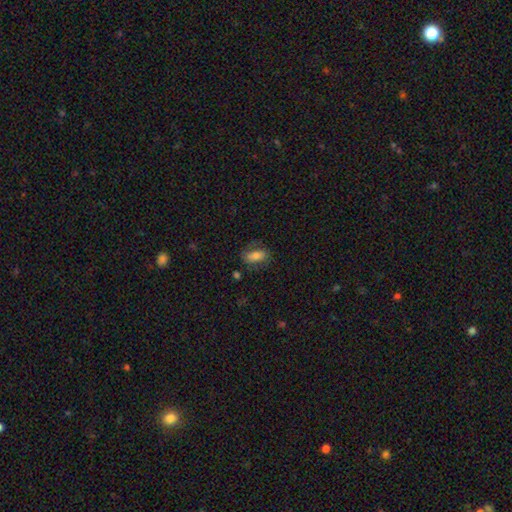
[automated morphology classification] smooth-or-featured: smooth: 68% | featured or disk: 24% | star or artifact: 9%
  how-rounded: in between: 86% | cigar-shaped: 8% | round: 6%
  merging: none: 67% | minor disturbance: 20% | major disturbance: 11% | merger: 2%